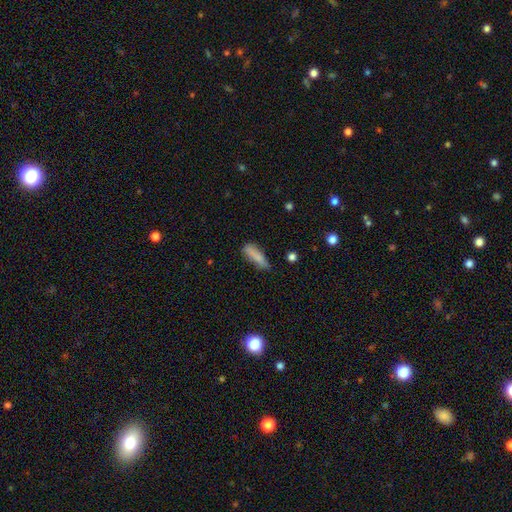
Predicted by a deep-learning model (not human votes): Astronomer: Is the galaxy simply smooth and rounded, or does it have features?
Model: smooth — 81%.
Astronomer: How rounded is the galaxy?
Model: cigar-shaped — 51% (runner-up: in between, 47%).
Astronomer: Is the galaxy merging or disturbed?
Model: none — 60%.